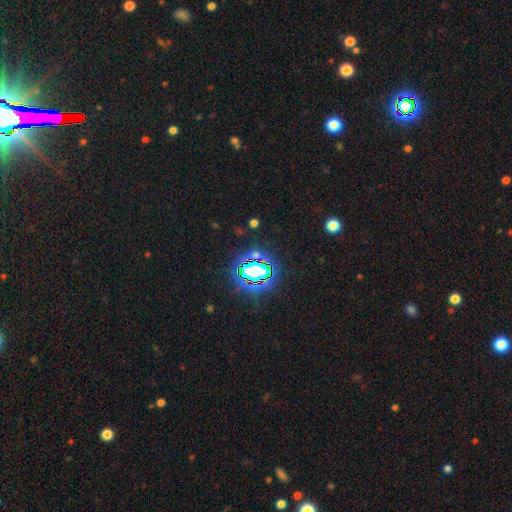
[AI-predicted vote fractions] Overall: star or artifact (74%).